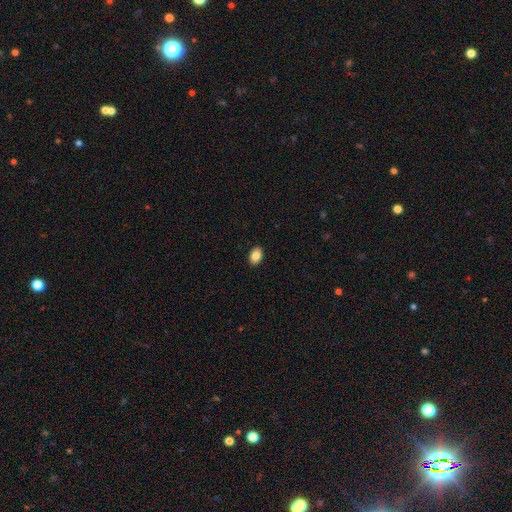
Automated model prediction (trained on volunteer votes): Q: Smooth or featured?
A: smooth (87%); runner-up: star or artifact (8%)
Q: How rounded?
A: in between (86%); runner-up: round (13%)
Q: Merging?
A: none (91%); runner-up: minor disturbance (7%)